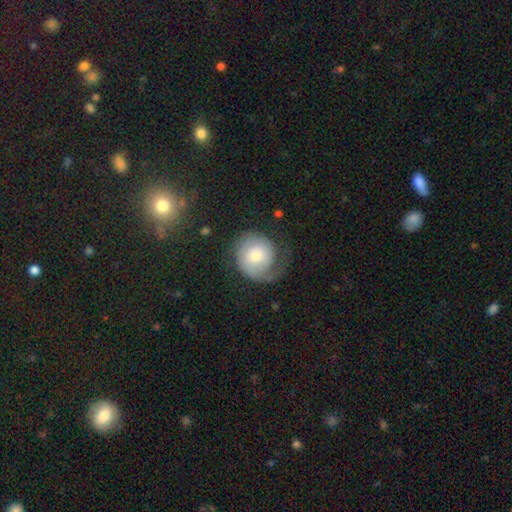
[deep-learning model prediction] Smooth or featured? Predicted: smooth (p=0.50). How rounded? Predicted: round (p=0.83). Merging? Predicted: none (p=0.48).